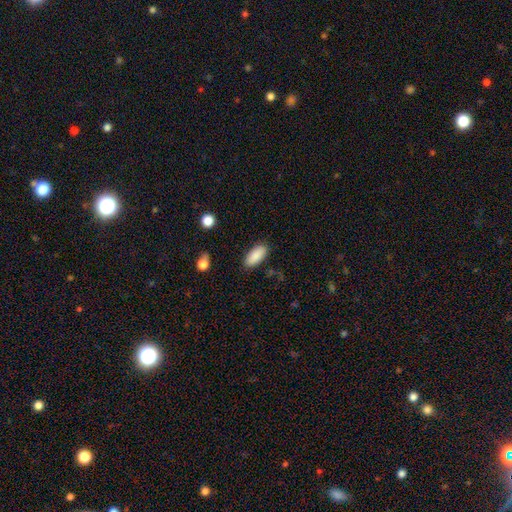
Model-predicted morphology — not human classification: This appears to be a smooth galaxy with no disk features (89%) that is in between round and cigar-shaped (88%). Merging: none (86%).